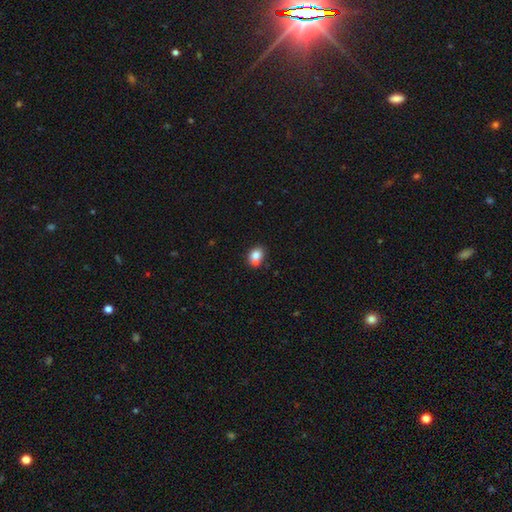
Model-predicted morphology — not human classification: A smooth galaxy with no disk features (78%) that is round (50%).

Vote fractions:
- Smooth or featured? smooth: 78% / featured or disk: 12% / star or artifact: 10%
- How rounded? round: 50% / in between: 49% / cigar-shaped: 1%
- Merging? none: 48% / merger: 34% / minor disturbance: 14% / major disturbance: 4%